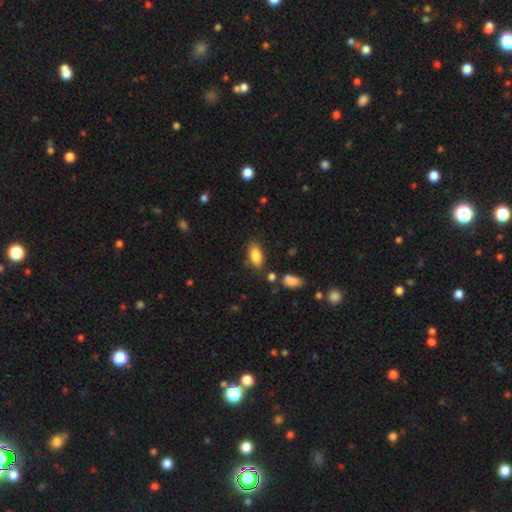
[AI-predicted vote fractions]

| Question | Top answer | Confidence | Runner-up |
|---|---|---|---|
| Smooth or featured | smooth | 84% | featured or disk (9%) |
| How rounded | in between | 87% | cigar-shaped (9%) |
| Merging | none | 79% | minor disturbance (14%) |